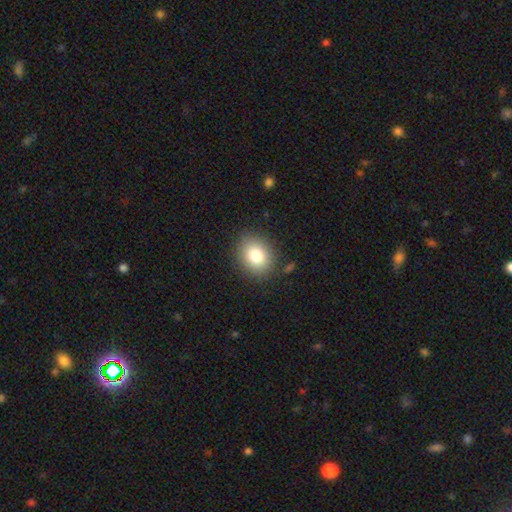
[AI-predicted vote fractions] Morphology: type=smooth (80%); roundness=round (60%); merging=none (86%).